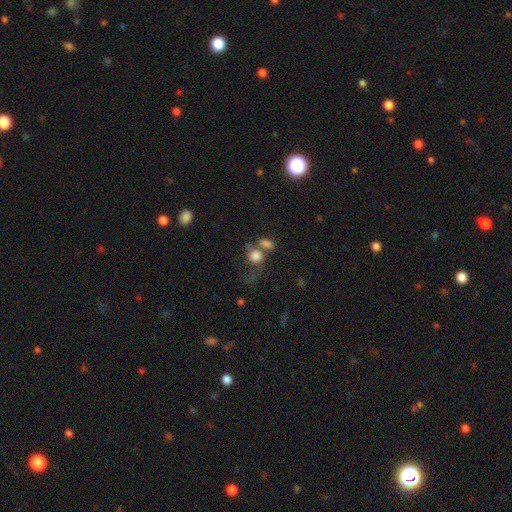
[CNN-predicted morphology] smooth 75%, featured or disk 14%, star or artifact 11%. Down the decision tree: how rounded — round (67%); merging — merger (44%).